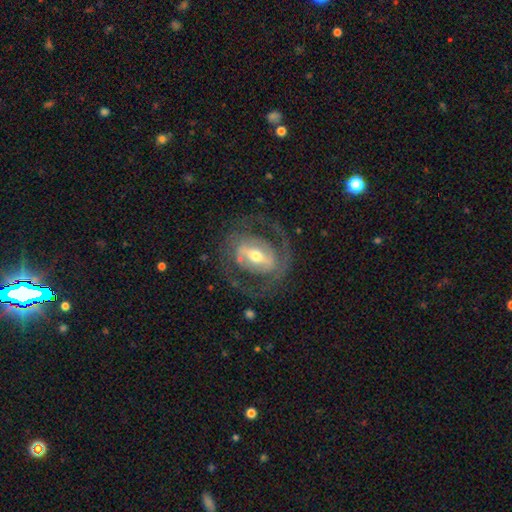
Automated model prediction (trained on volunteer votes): Smooth or featured? Predicted: featured or disk (p=0.81). Edge-on disk? Predicted: no (p=0.94). Bar? Predicted: strong (p=0.57). Spiral arms? Predicted: yes (p=0.66). Spiral winding? Predicted: medium (p=0.45). Spiral arm count? Predicted: 2 (p=0.78). Bulge size? Predicted: moderate (p=0.64). Merging? Predicted: none (p=0.70).